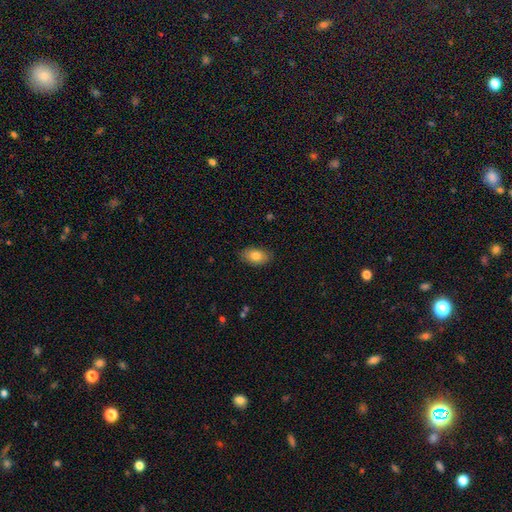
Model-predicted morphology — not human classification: Q: Smooth or featured?
A: smooth (81%); runner-up: featured or disk (12%)
Q: How rounded?
A: in between (92%); runner-up: round (6%)
Q: Merging?
A: none (86%); runner-up: minor disturbance (11%)